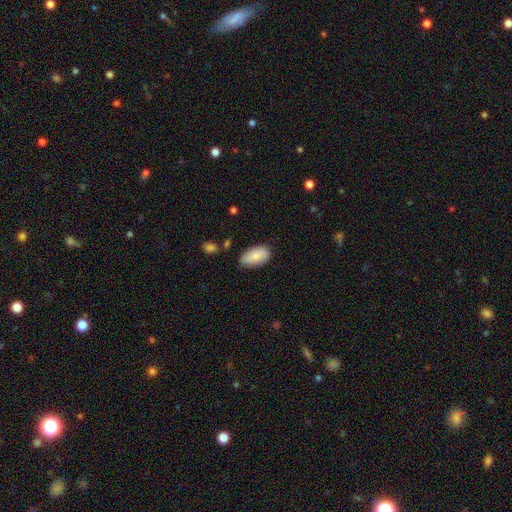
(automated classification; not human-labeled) Q: Smooth or featured?
A: smooth (86%); runner-up: featured or disk (8%)
Q: How rounded?
A: in between (94%); runner-up: cigar-shaped (3%)
Q: Merging?
A: none (76%); runner-up: minor disturbance (19%)